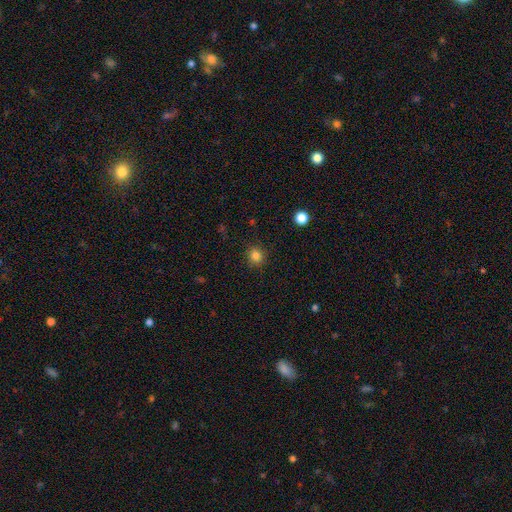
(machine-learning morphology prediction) Smooth or featured?
  - smooth: 84% *
  - star or artifact: 12%
  - featured or disk: 4%
How rounded?
  - round: 84% *
  - in between: 15%
  - cigar-shaped: 1%
Merging?
  - none: 89% *
  - minor disturbance: 8%
  - major disturbance: 3%
  - merger: 1%